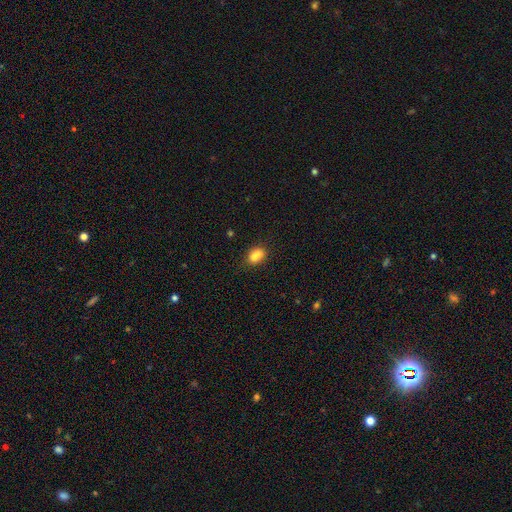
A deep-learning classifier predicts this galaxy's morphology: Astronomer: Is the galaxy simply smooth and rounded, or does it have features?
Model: smooth — 84%.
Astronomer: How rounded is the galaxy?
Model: in between — 82%.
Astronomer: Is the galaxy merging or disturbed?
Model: none — 69%.